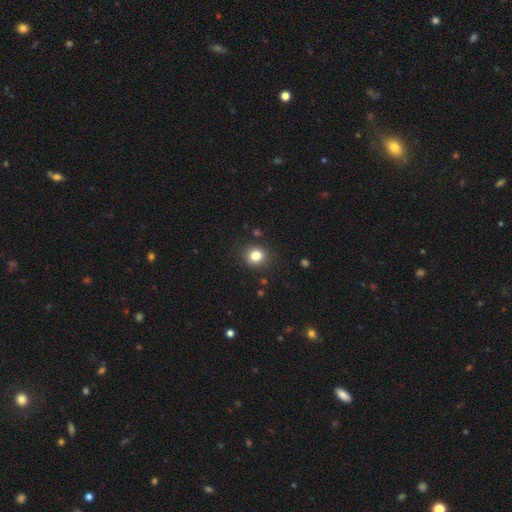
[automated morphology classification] Overall: smooth (82%). How rounded: round (84%). Merging: none (89%).